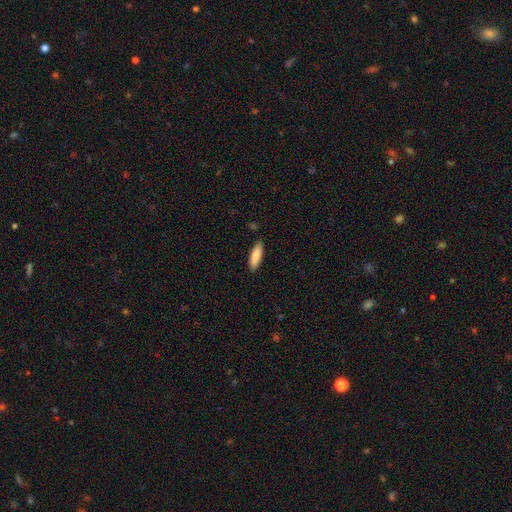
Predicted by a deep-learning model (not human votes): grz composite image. It shows a smooth galaxy with no disk features (87%) that is cigar-shaped (51%). Merging: none (87%).